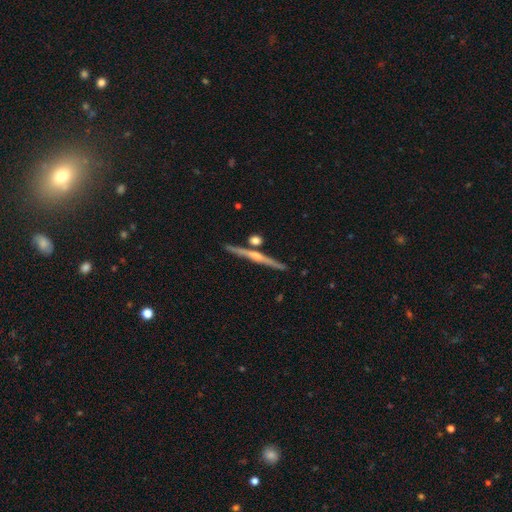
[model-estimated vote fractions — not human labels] Q: Smooth or featured?
A: featured or disk (72%); runner-up: smooth (22%)
Q: Edge-on disk?
A: yes (98%); runner-up: no (2%)
Q: Edge-on bulge?
A: rounded (63%); runner-up: none (28%)
Q: Merging?
A: none (84%); runner-up: minor disturbance (7%)